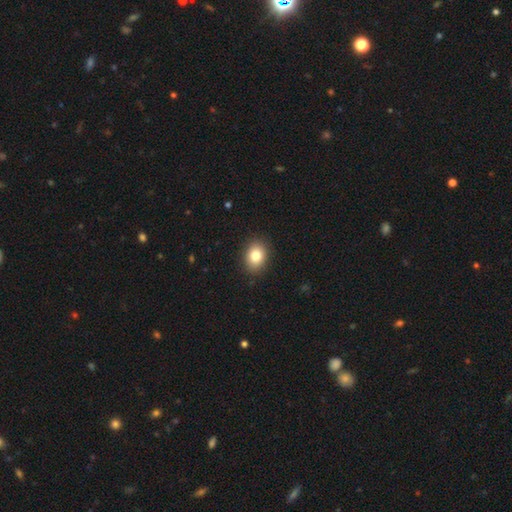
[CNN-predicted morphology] A smooth galaxy with no disk features (83%) that is in between round and cigar-shaped (61%).

Vote fractions:
- Smooth or featured? smooth: 83% / star or artifact: 9% / featured or disk: 8%
- How rounded? in between: 61% / round: 38% / cigar-shaped: 1%
- Merging? none: 89% / minor disturbance: 8% / major disturbance: 2% / merger: 1%